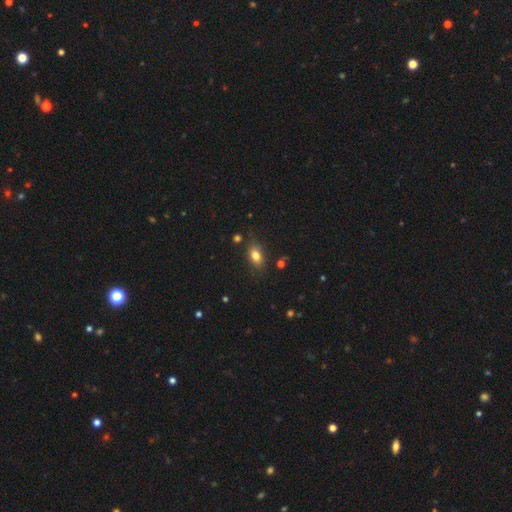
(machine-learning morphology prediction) Smooth or featured: smooth — 79% (star or artifact — 11%)
How rounded: in between — 79% (round — 17%)
Merging: none — 78% (minor disturbance — 15%)